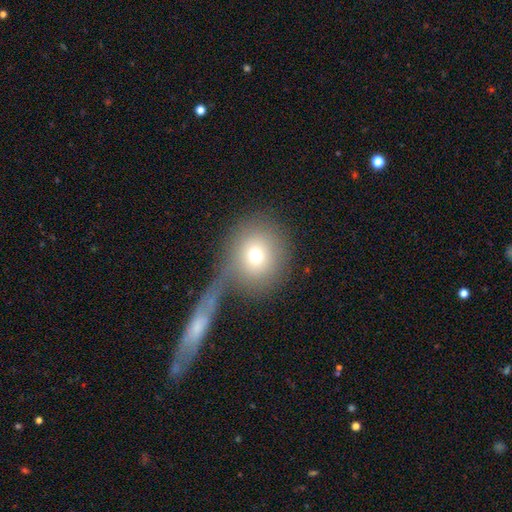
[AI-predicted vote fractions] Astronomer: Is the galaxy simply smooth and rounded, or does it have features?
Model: smooth — 71%.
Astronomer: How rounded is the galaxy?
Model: round — 84%.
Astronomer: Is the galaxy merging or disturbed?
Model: none — 43% (runner-up: merger, 33%).